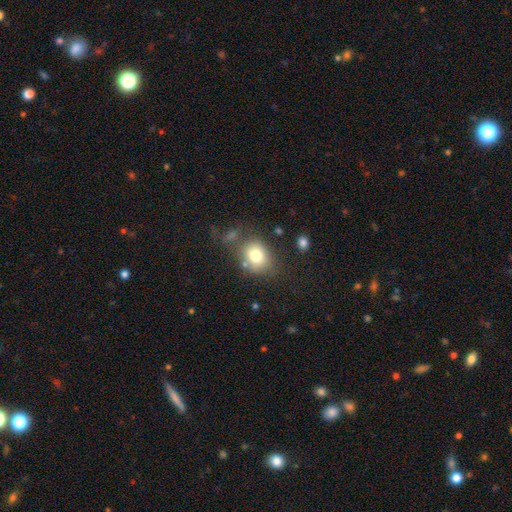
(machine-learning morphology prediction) type=smooth (78%); roundness=round (56%); merging=none (67%).